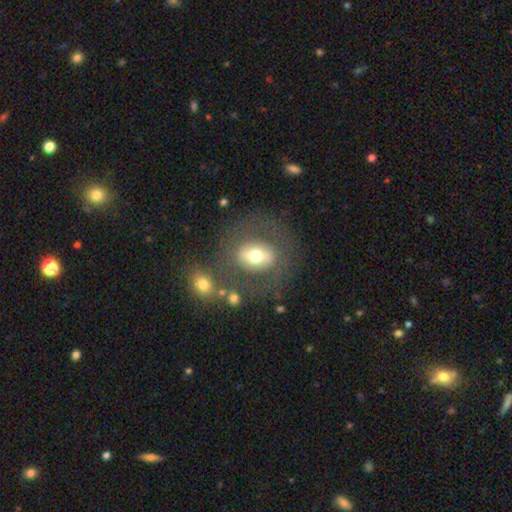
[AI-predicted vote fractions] Smooth or featured: smooth — 48% (featured or disk — 43%)
Merging: none — 67% (minor disturbance — 12%)